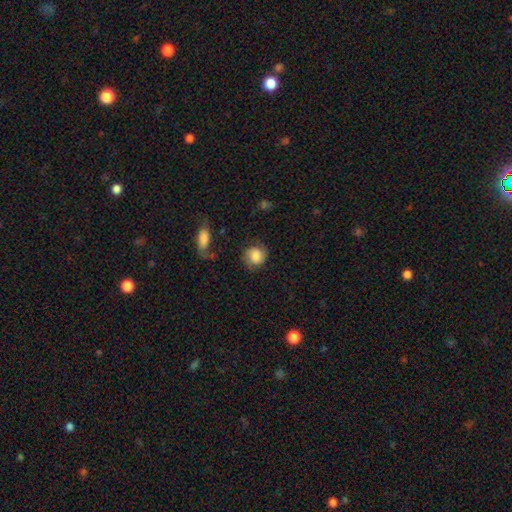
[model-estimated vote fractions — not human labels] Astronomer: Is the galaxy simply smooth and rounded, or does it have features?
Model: smooth — 67%.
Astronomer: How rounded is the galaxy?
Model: round — 80%.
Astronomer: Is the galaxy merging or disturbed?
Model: none — 69%.